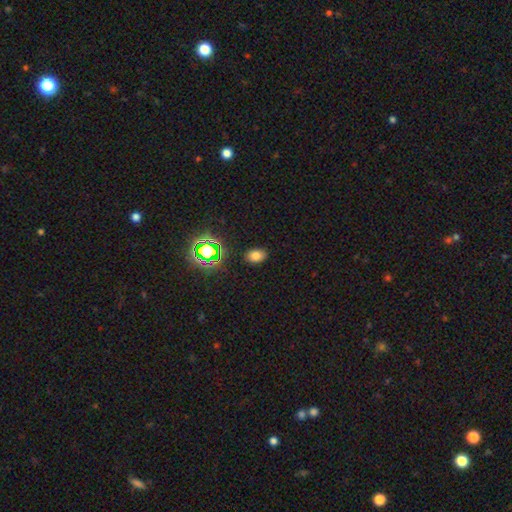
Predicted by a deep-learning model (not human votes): smooth 72%, star or artifact 20%, featured or disk 7%. Down the decision tree: how rounded — in between (82%); merging — none (86%).